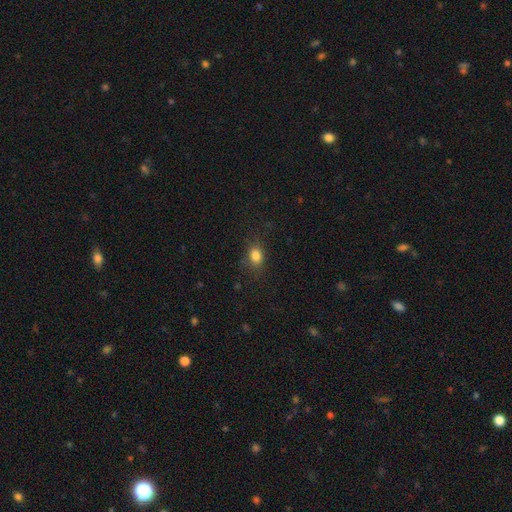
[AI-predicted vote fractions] smooth-or-featured: smooth: 82% | star or artifact: 12% | featured or disk: 6%
  how-rounded: in between: 61% | round: 37% | cigar-shaped: 2%
  merging: none: 78% | minor disturbance: 16% | major disturbance: 6% | merger: 1%